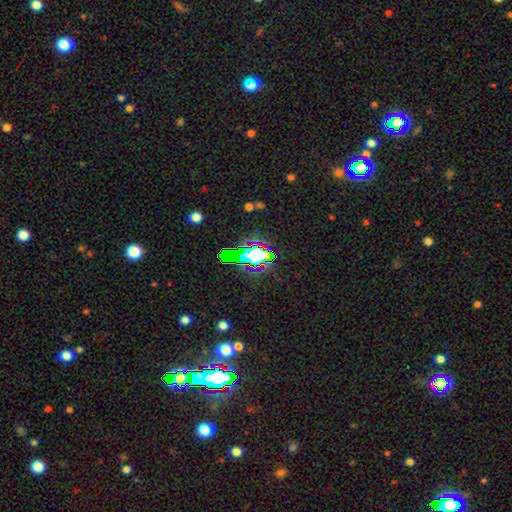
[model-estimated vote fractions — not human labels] A star or artifact, not a galaxy (62%).

Vote fractions:
- Smooth or featured? star or artifact: 62% / smooth: 24% / featured or disk: 14%